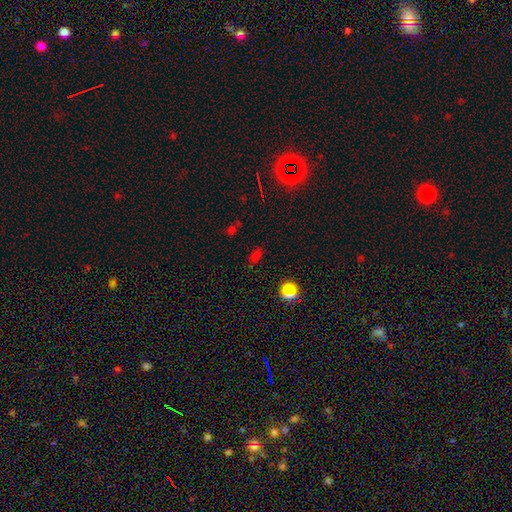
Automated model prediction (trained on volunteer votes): Morphology: type=smooth (58%); roundness=in between (76%); merging=none (78%).